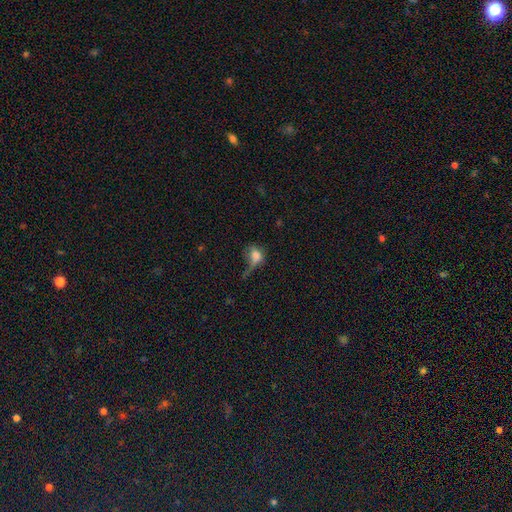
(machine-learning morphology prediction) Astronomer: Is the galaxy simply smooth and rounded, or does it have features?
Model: smooth — 66%.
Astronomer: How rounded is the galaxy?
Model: in between — 65%.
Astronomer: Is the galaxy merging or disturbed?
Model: major disturbance — 44% (runner-up: none, 24%).